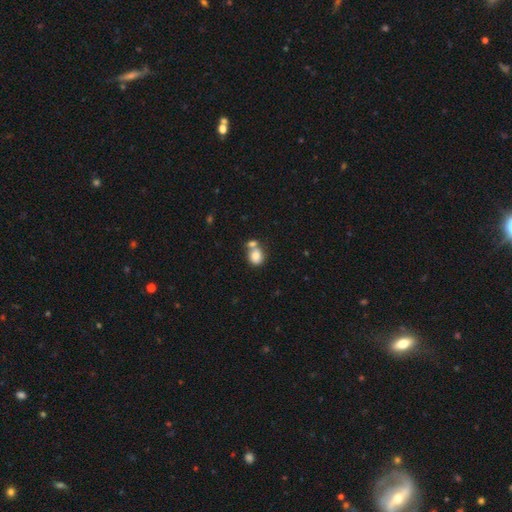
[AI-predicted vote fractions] Morphology: type=smooth (81%); roundness=round (60%); merging=merger (48%).